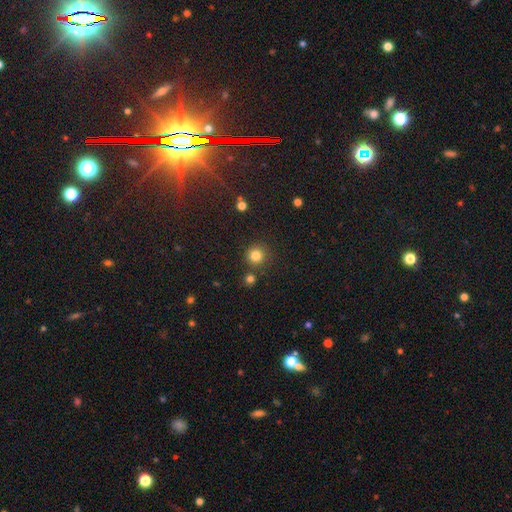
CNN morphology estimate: smooth-or-featured: smooth: 82% | star or artifact: 13% | featured or disk: 5%
  how-rounded: round: 94% | in between: 6% | cigar-shaped: 1%
  merging: none: 83% | minor disturbance: 8% | merger: 7% | major disturbance: 3%